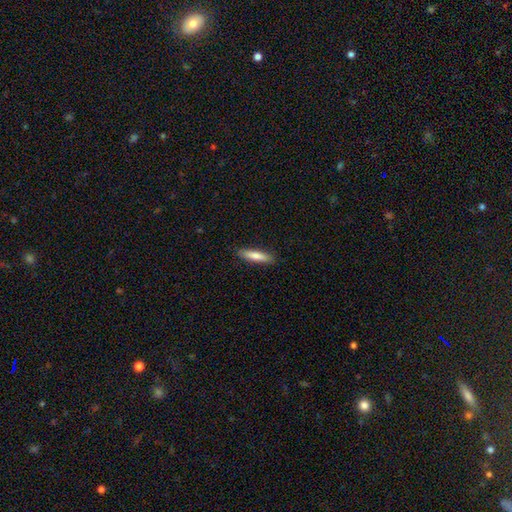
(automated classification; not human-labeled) Smooth or featured? Predicted: smooth (p=0.79). How rounded? Predicted: cigar-shaped (p=0.76). Merging? Predicted: none (p=0.88).